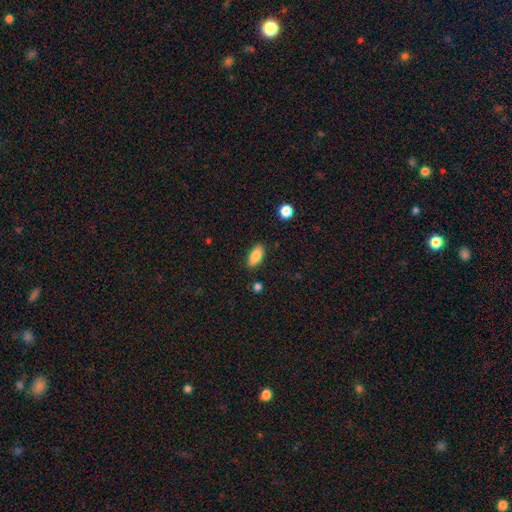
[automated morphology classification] smooth_or_featured: smooth (p=0.84) [alt: featured or disk p=0.08]
how_rounded: in between (p=0.89) [alt: cigar-shaped p=0.08]
merging: none (p=0.86) [alt: minor disturbance p=0.10]